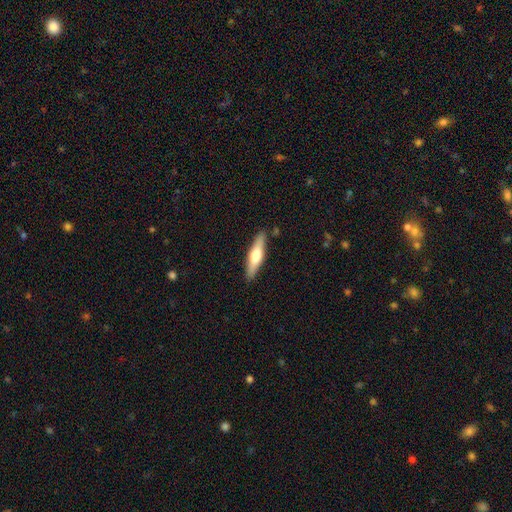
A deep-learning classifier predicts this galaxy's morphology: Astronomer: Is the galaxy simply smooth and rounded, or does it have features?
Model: smooth — 52% (runner-up: featured or disk, 43%).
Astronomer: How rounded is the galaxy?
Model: cigar-shaped — 74%.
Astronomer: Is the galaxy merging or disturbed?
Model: none — 87%.